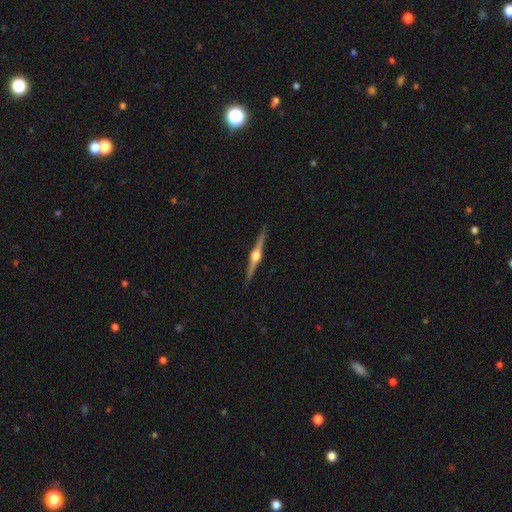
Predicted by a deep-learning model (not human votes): Q: Smooth or featured?
A: featured or disk (86%); runner-up: smooth (9%)
Q: Edge-on disk?
A: yes (99%); runner-up: no (1%)
Q: Edge-on bulge?
A: rounded (95%); runner-up: boxy (3%)
Q: Merging?
A: none (92%); runner-up: minor disturbance (6%)